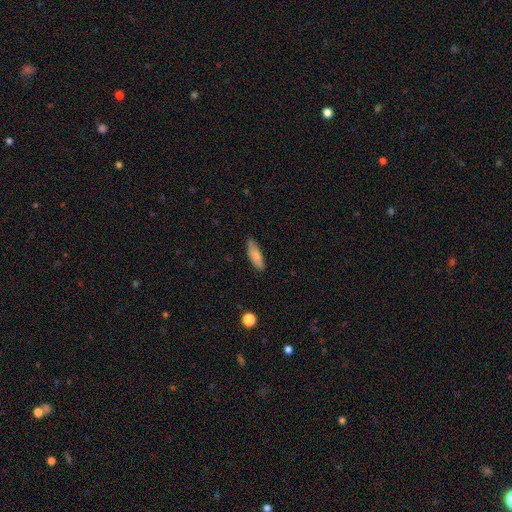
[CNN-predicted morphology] smooth 82%, featured or disk 11%, star or artifact 6%. Down the decision tree: how rounded — in between (55%); merging — none (79%).